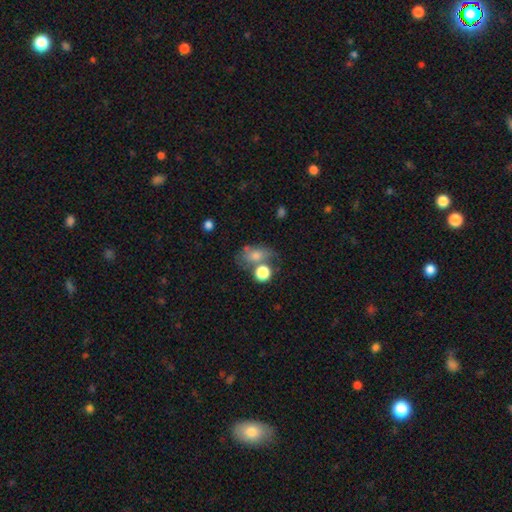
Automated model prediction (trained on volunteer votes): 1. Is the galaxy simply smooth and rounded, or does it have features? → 62% smooth, 22% featured or disk, 17% star or artifact.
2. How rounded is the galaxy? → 65% in between, 33% round, 3% cigar-shaped.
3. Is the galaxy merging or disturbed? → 41% none, 24% merger, 20% minor disturbance, 15% major disturbance.